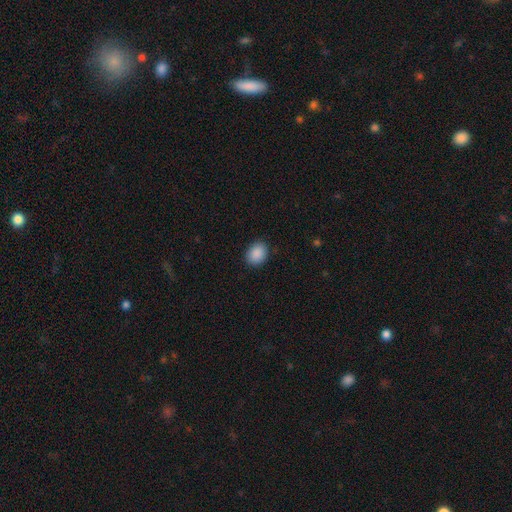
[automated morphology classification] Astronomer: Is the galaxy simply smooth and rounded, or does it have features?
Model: smooth — 90%.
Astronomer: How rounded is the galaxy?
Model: in between — 56% (runner-up: round, 43%).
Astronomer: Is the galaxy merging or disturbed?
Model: none — 88%.